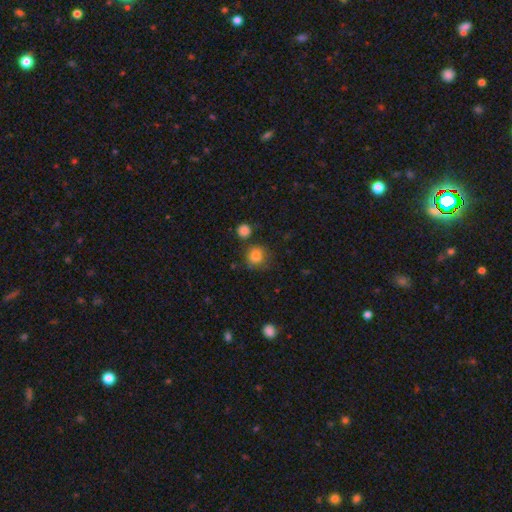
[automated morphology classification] smooth 82%, star or artifact 11%, featured or disk 7%. Down the decision tree: how rounded — round (89%); merging — none (73%).